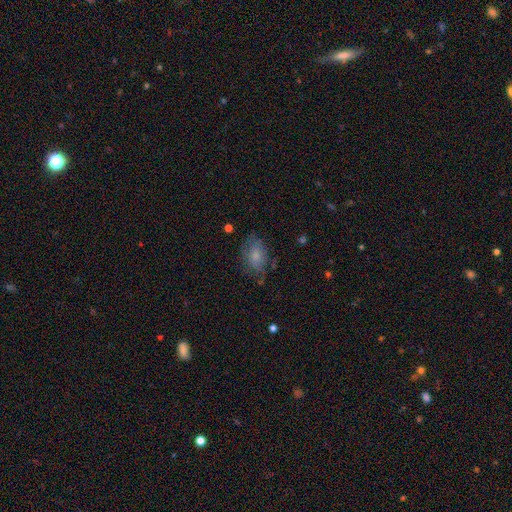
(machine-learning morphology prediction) smooth 71%, featured or disk 20%, star or artifact 9%. Down the decision tree: how rounded — in between (86%); merging — none (67%).